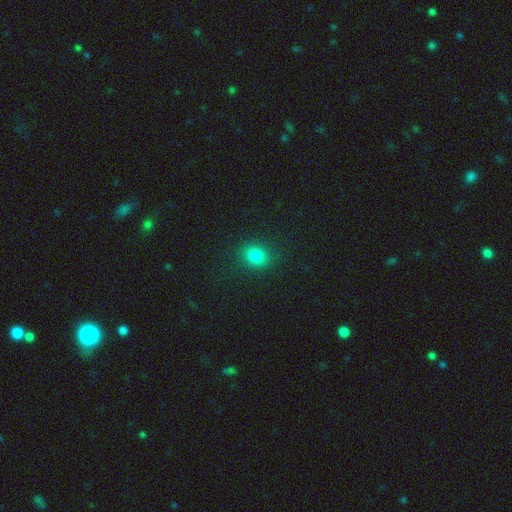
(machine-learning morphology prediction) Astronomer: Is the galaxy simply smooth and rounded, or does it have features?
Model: smooth — 80%.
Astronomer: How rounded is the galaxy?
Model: round — 56% (runner-up: in between, 43%).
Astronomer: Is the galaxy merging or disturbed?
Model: none — 86%.